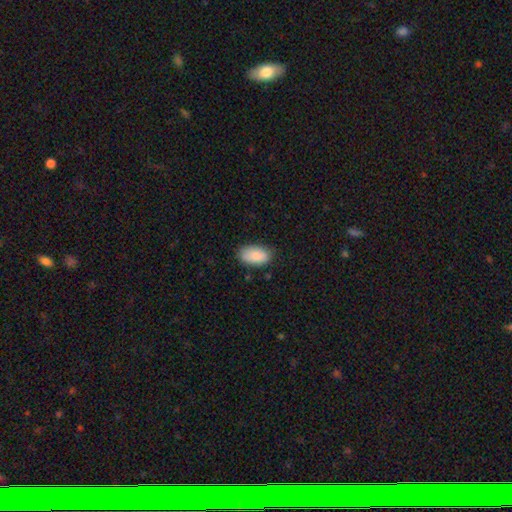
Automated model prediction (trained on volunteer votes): This appears to be a smooth galaxy with no disk features (85%) that is in between round and cigar-shaped (94%). Merging: none (79%).